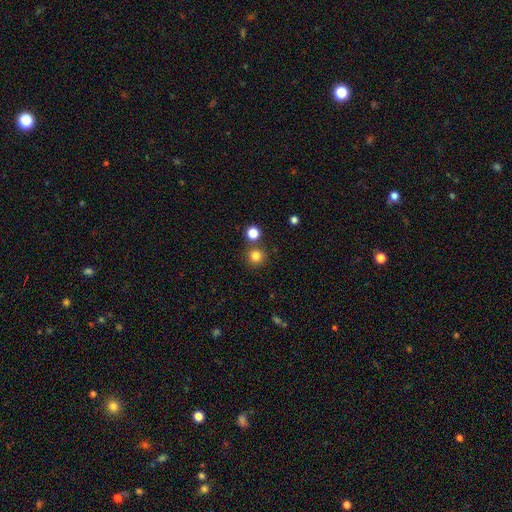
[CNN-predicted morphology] A smooth galaxy with no disk features (81%) that is round (93%). Merging: none (78%).